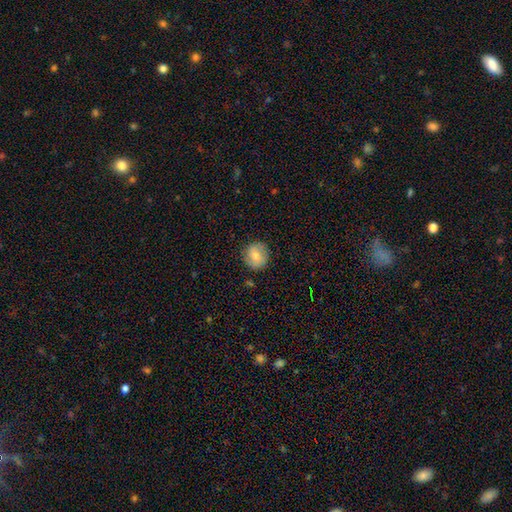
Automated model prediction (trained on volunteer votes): Smooth or featured: smooth — 75% (featured or disk — 17%)
How rounded: round — 88% (in between — 11%)
Merging: none — 86% (minor disturbance — 10%)